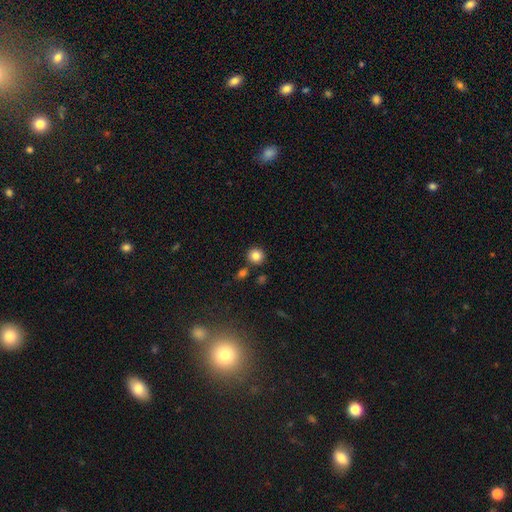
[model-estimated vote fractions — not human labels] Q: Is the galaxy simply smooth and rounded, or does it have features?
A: smooth — 83%.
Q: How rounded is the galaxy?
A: round — 91%.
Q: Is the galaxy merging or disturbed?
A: none — 83%.